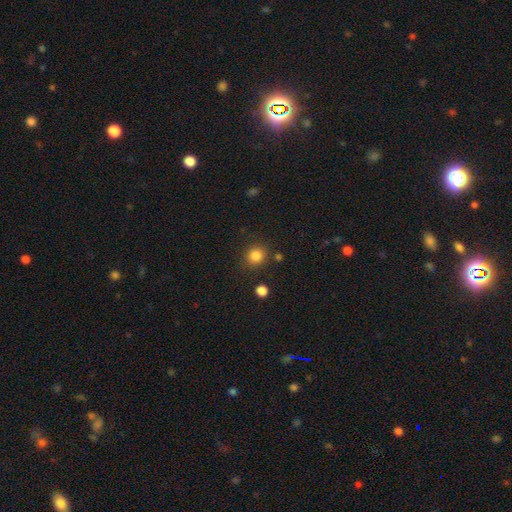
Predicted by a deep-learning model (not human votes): smooth_or_featured: smooth (p=0.84) [alt: star or artifact p=0.11]
how_rounded: round (p=0.84) [alt: in between p=0.15]
merging: none (p=0.84) [alt: minor disturbance p=0.09]